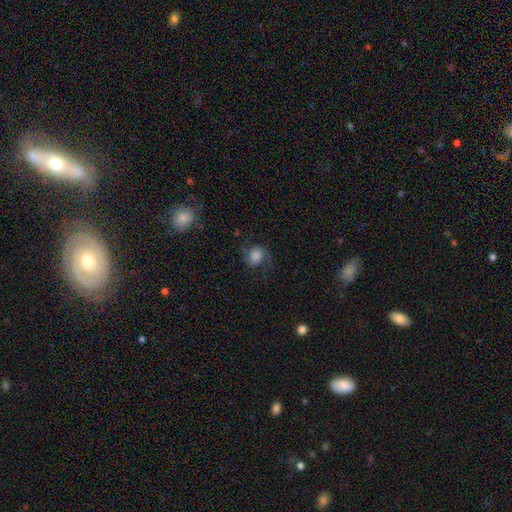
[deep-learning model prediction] The model was most divided on "bulge size": large: 33%, moderate: 28%, small: 15%, none: 12%, dominant: 11%. More confident: edge-on disk — no (98%); spiral arms — yes (93%); bar — no (68%); merging — none (67%); smooth or featured — featured or disk (55%).